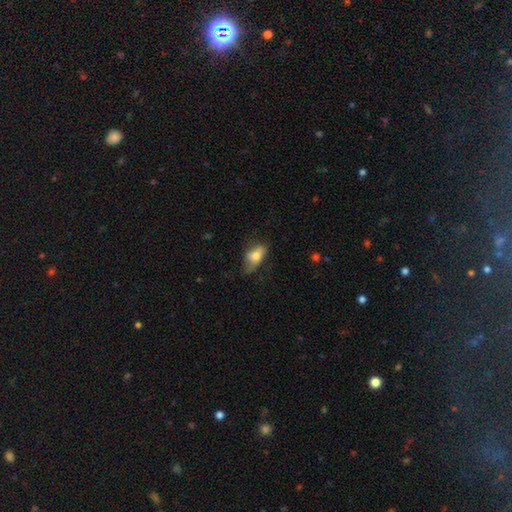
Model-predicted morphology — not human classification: Smooth or featured: smooth — 67% (featured or disk — 25%)
How rounded: in between — 85% (cigar-shaped — 8%)
Merging: none — 45% (minor disturbance — 34%)